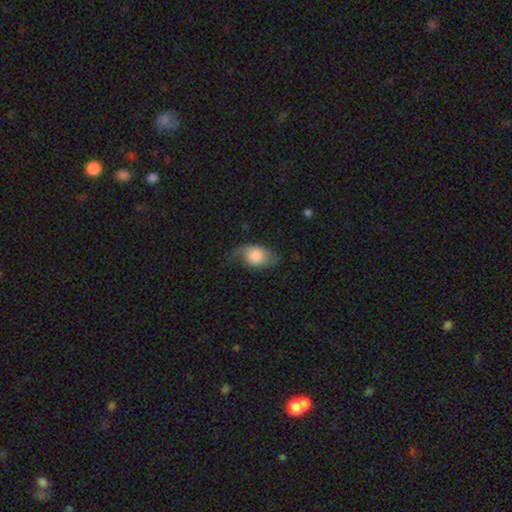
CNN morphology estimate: A smooth galaxy with no disk features (65%) that is in between round and cigar-shaped (79%). Merging: none (47%).